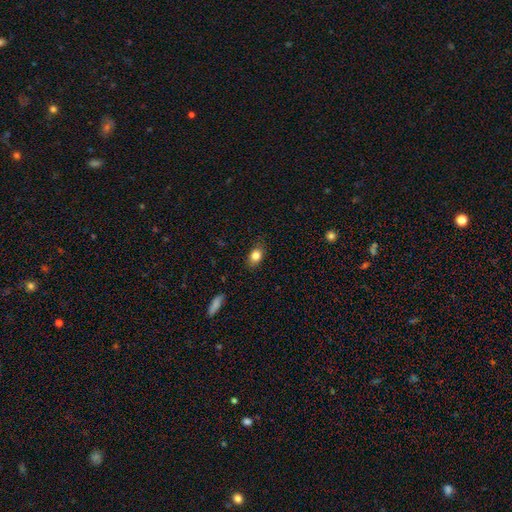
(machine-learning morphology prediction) smooth 83%, star or artifact 10%, featured or disk 8%. Down the decision tree: how rounded — in between (72%); merging — none (84%).